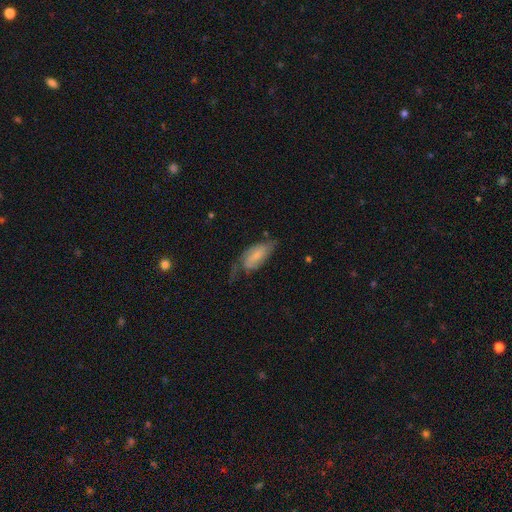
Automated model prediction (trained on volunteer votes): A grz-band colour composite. It shows a featured or disk galaxy (47%). Merging: none (36%).